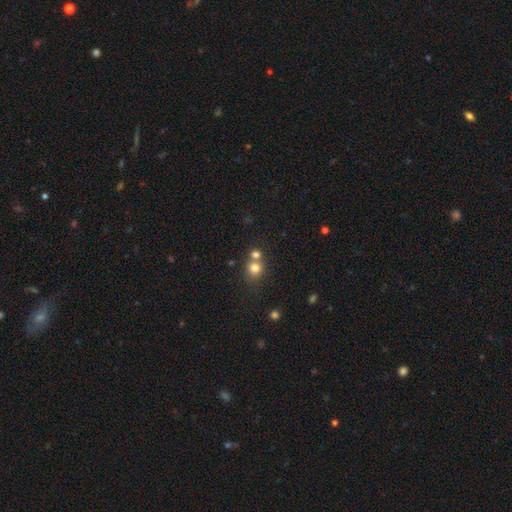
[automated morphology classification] This appears to be a smooth galaxy with no disk features (73%) that is round (84%). Merging: none (52%).